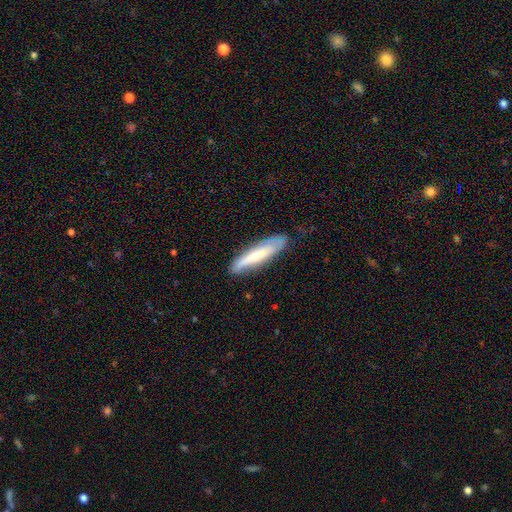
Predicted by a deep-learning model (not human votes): Smooth or featured? featured or disk (47%)
Merging? none (76%)